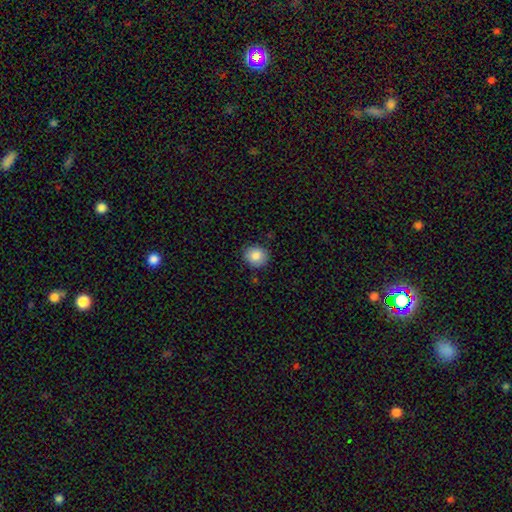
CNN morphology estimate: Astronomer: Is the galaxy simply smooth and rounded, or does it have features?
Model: smooth — 85%.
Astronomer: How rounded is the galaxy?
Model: round — 79%.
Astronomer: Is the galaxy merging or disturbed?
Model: none — 87%.